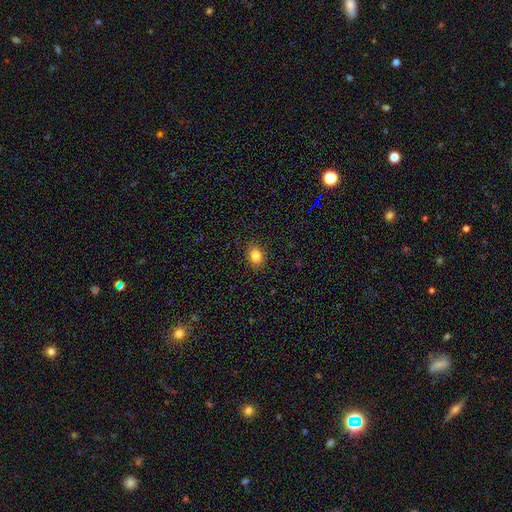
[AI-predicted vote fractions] This is clearly a smooth galaxy (84%). How rounded: possibly in between (50%). Merging: clearly none (88%).